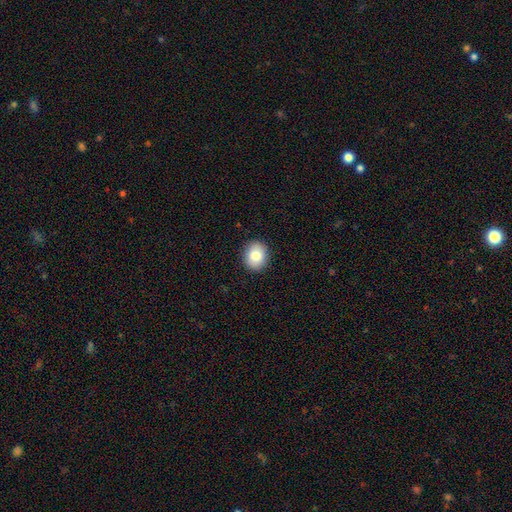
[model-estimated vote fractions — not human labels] A smooth galaxy with no disk features (82%) that is round (66%).

Vote fractions:
- Smooth or featured? smooth: 82% / featured or disk: 10% / star or artifact: 9%
- How rounded? round: 66% / in between: 33% / cigar-shaped: 1%
- Merging? none: 90% / minor disturbance: 7% / major disturbance: 2% / merger: 1%